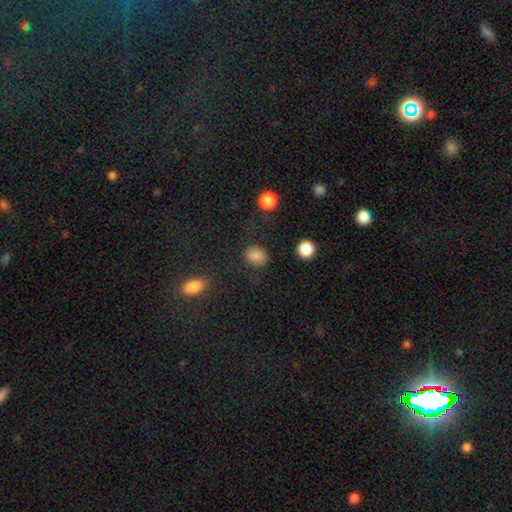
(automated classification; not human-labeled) The model was most divided on "how rounded": round: 52%, in between: 46%, cigar-shaped: 1%. More confident: smooth or featured — smooth (83%); merging — none (82%).